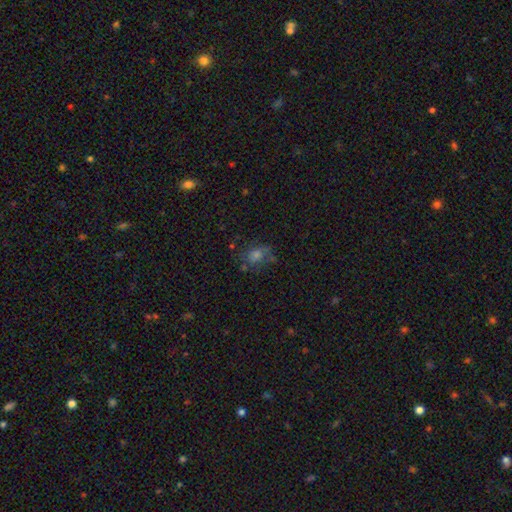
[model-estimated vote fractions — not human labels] Overall: smooth (49%; star or artifact 26%). Merging: none (59%; minor disturbance 21%).